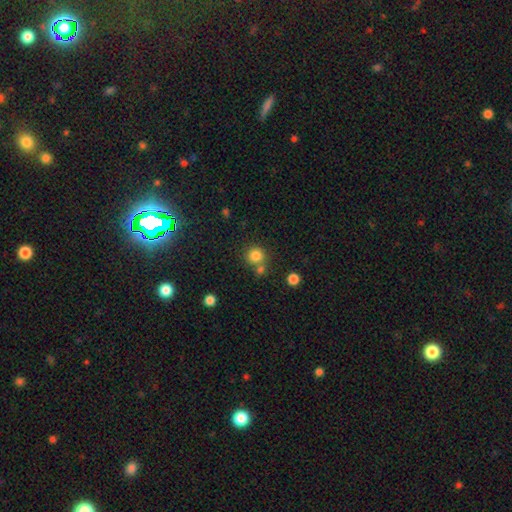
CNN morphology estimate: Smooth or featured?
  - smooth: 81% *
  - star or artifact: 12%
  - featured or disk: 6%
How rounded?
  - round: 90% *
  - in between: 9%
  - cigar-shaped: 1%
Merging?
  - none: 65% *
  - merger: 24%
  - minor disturbance: 9%
  - major disturbance: 3%